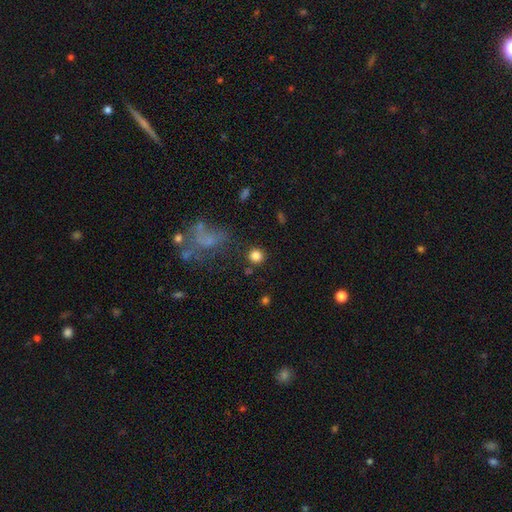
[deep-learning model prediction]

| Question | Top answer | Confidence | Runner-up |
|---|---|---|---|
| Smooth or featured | smooth | 82% | star or artifact (12%) |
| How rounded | round | 92% | in between (7%) |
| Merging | none | 86% | minor disturbance (7%) |